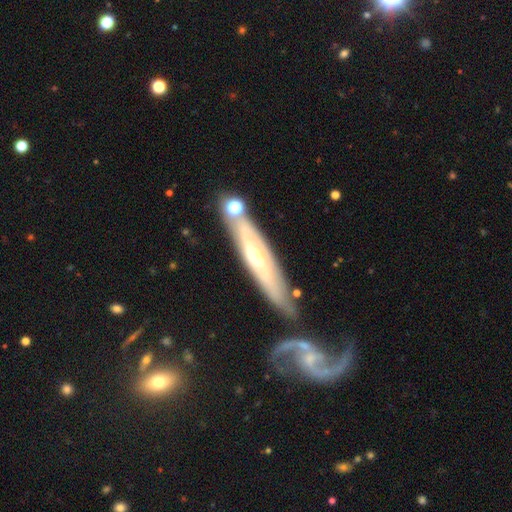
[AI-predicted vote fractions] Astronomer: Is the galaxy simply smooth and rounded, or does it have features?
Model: featured or disk — 71%.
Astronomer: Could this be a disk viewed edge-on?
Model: yes — 55% (runner-up: no, 45%).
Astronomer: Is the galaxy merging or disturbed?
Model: none — 67%.